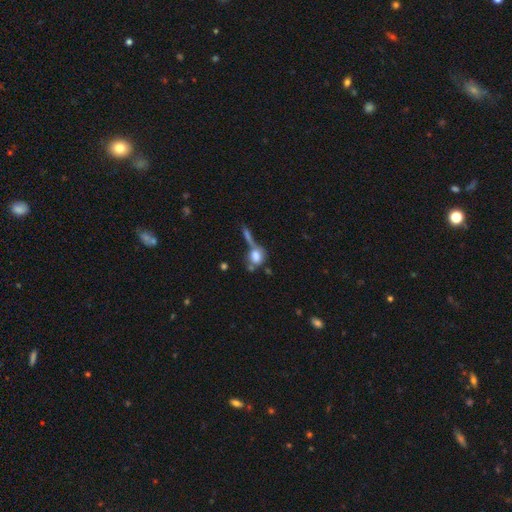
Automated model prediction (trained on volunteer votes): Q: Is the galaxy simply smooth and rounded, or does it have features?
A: smooth — 70%.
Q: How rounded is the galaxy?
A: in between — 48%.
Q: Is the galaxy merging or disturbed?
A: merger — 38%.